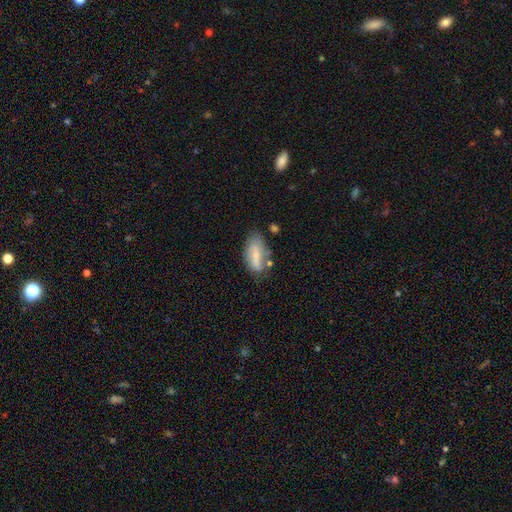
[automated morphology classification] Smooth or featured? Predicted: smooth (p=0.49). Merging? Predicted: none (p=0.55).